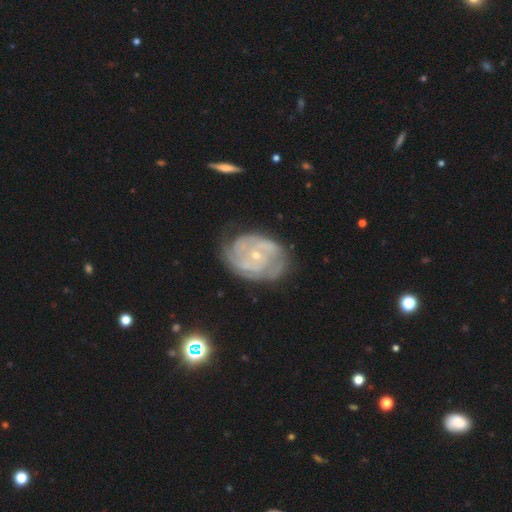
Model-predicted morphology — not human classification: featured or disk 84%, smooth 10%, star or artifact 6%. Down the decision tree: edge-on disk — no (97%); bar — no (73%); spiral arms — yes (93%); spiral arm count — can't tell (31%); spiral winding — tight (64%); bulge size — small (78%); merging — none (68%).